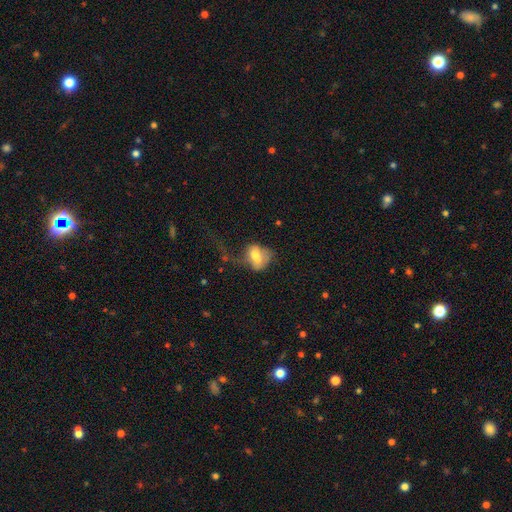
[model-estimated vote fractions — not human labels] Smooth or featured? Predicted: smooth (p=0.61). How rounded? Predicted: in between (p=0.66). Merging? Predicted: major disturbance (p=0.43).